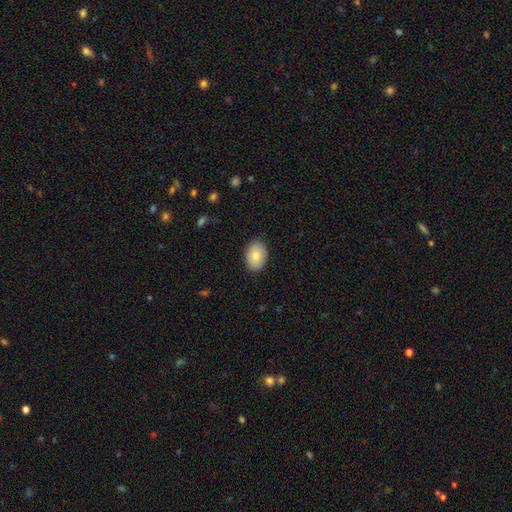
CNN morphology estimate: Smooth or featured: smooth — 79% (featured or disk — 14%)
How rounded: in between — 80% (round — 19%)
Merging: none — 88% (minor disturbance — 9%)